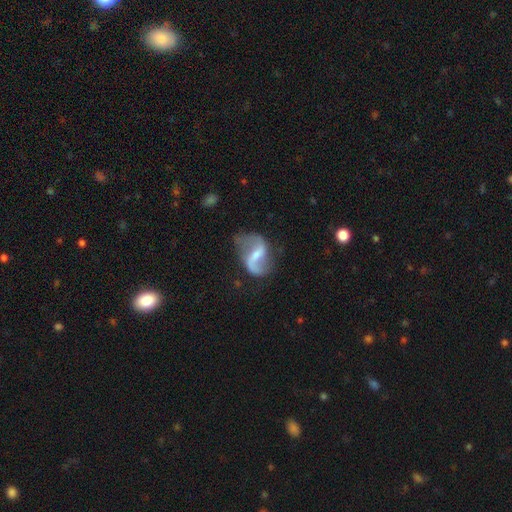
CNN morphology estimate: Smooth or featured?
  - featured or disk: 85% *
  - smooth: 9%
  - star or artifact: 6%
Edge-on disk?
  - no: 97% *
  - yes: 3%
Bar?
  - weak: 47% *
  - strong: 37%
  - no: 17%
Spiral arms?
  - yes: 94% *
  - no: 6%
Spiral winding?
  - loose: 75% *
  - medium: 21%
  - tight: 4%
Spiral arm count?
  - 2: 89% *
  - 1: 6%
  - can't tell: 3%
  - 3: 1%
  - 4: 1%
  - more than 4: 1%
Bulge size?
  - small: 44% *
  - moderate: 35%
  - none: 16%
  - large: 4%
  - dominant: 1%
Merging?
  - none: 62% *
  - minor disturbance: 21%
  - major disturbance: 14%
  - merger: 3%